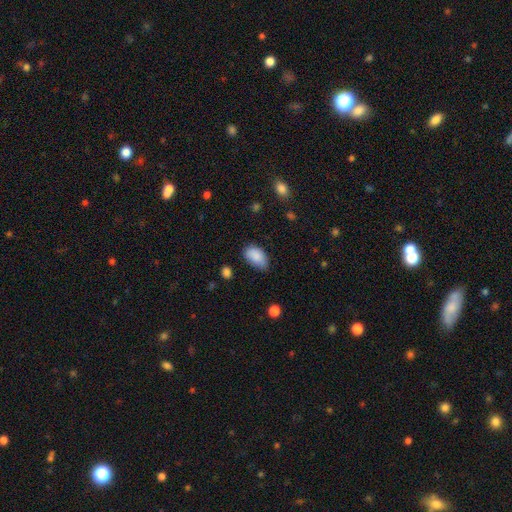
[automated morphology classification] Smooth or featured? Predicted: smooth (p=0.88). How rounded? Predicted: in between (p=0.93). Merging? Predicted: none (p=0.67).